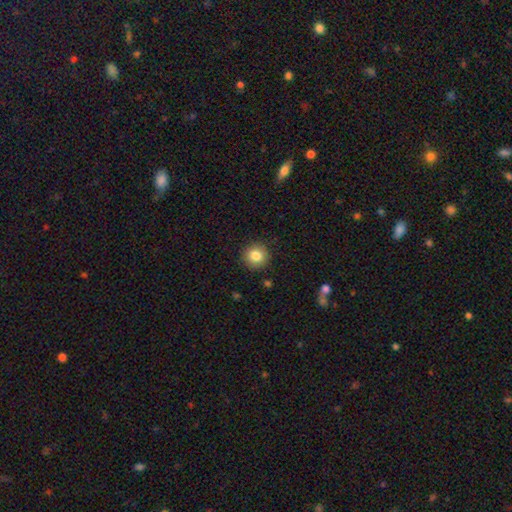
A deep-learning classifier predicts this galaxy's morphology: A smooth galaxy with no disk features (84%) that is round (92%).

Vote fractions:
- Smooth or featured? smooth: 84% / star or artifact: 9% / featured or disk: 6%
- How rounded? round: 92% / in between: 7% / cigar-shaped: 1%
- Merging? none: 90% / minor disturbance: 7% / major disturbance: 2% / merger: 1%